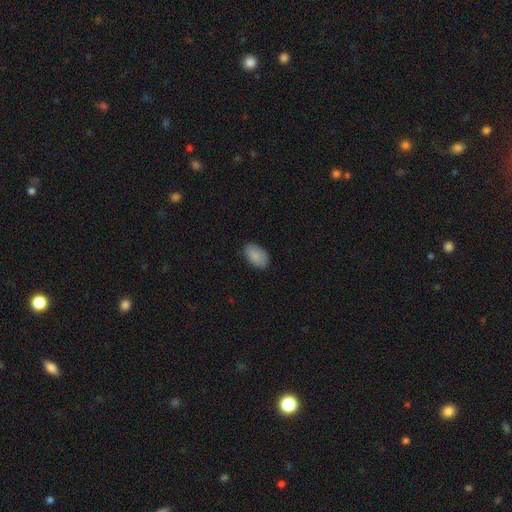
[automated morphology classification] This is clearly a smooth galaxy (88%). How rounded: clearly in between (94%). Merging: clearly none (85%).